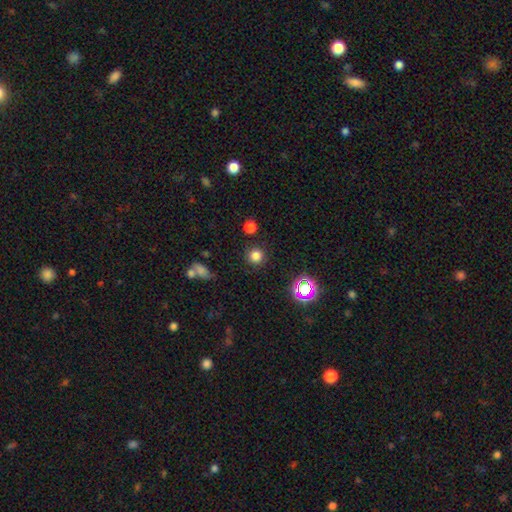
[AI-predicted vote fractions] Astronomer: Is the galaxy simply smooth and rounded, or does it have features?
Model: smooth — 78%.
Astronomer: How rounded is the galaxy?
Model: round — 93%.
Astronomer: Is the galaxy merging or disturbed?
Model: none — 87%.